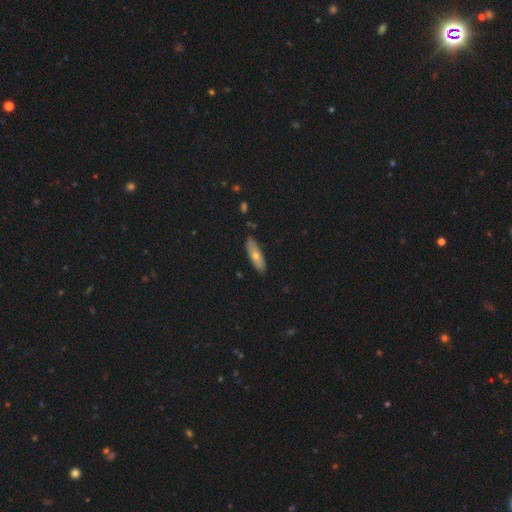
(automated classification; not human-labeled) Morphology: type=smooth (57%); roundness=cigar-shaped (50%); merging=none (87%).